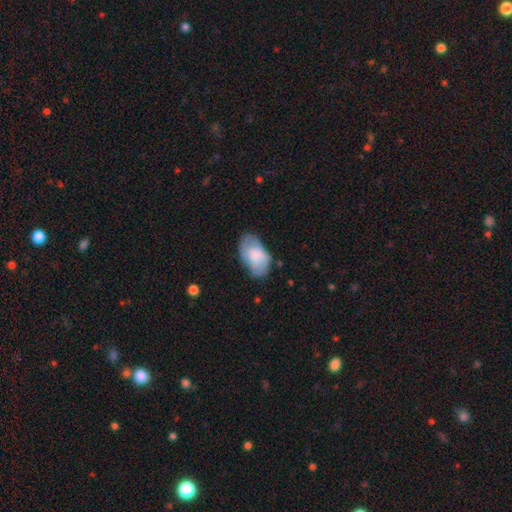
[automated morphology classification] Smooth or featured? smooth (71%)
How rounded? in between (93%)
Merging? none (54%)